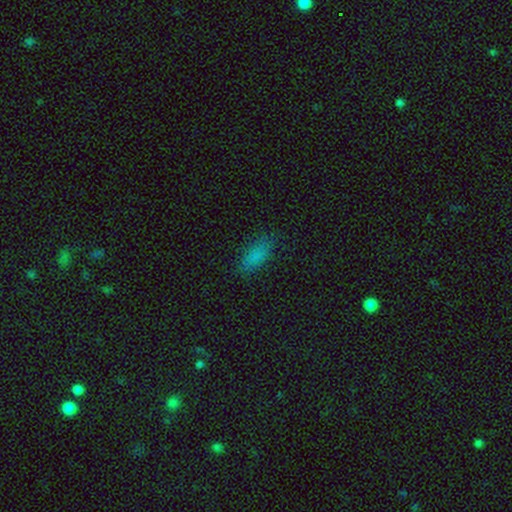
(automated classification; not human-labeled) Smooth or featured: smooth — 82% (star or artifact — 12%)
How rounded: in between — 79% (cigar-shaped — 19%)
Merging: none — 82% (minor disturbance — 14%)